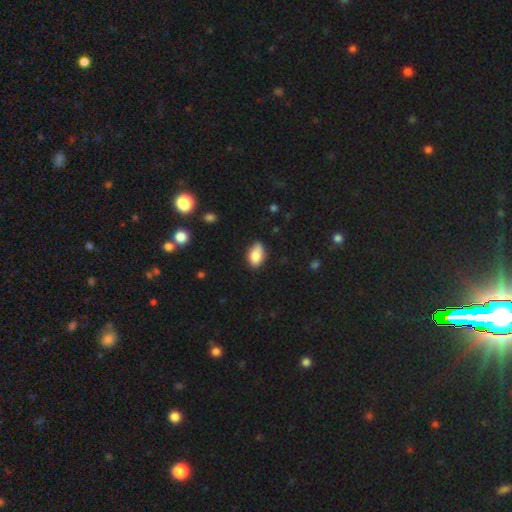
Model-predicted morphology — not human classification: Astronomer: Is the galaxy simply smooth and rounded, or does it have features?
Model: smooth — 80%.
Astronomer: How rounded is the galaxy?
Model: in between — 89%.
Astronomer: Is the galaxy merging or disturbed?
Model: none — 63%.